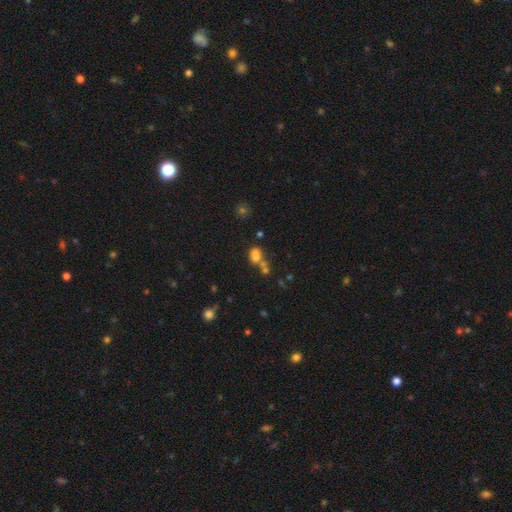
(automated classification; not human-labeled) Smooth or featured? Predicted: smooth (p=0.64). How rounded? Predicted: in between (p=0.60). Merging? Predicted: merger (p=0.50).